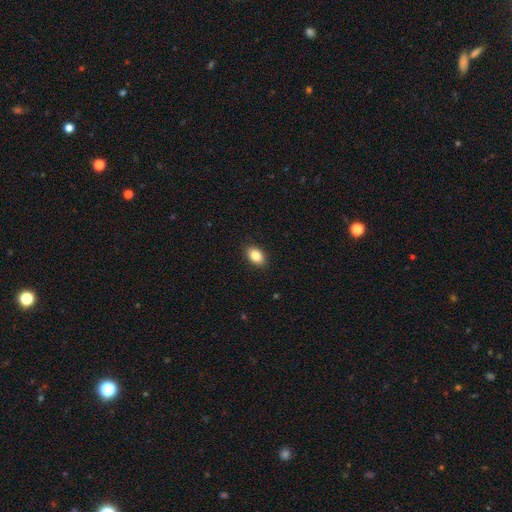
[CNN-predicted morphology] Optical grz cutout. It shows a smooth galaxy with no disk features (86%) that is in between round and cigar-shaped (85%). Merging: none (90%).